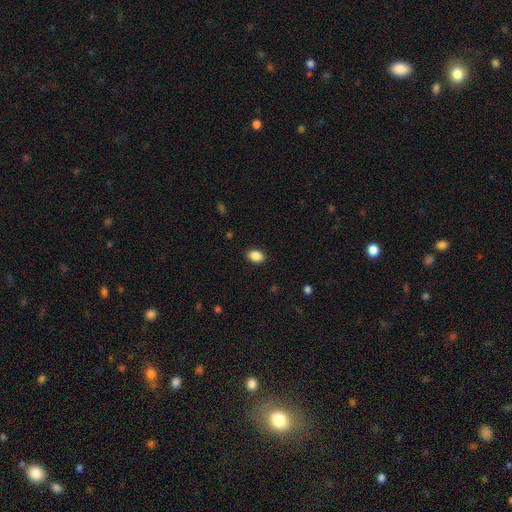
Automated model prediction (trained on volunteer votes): smooth_or_featured: smooth (p=0.89) [alt: star or artifact p=0.08]
how_rounded: in between (p=0.79) [alt: round p=0.20]
merging: none (p=0.88) [alt: minor disturbance p=0.08]